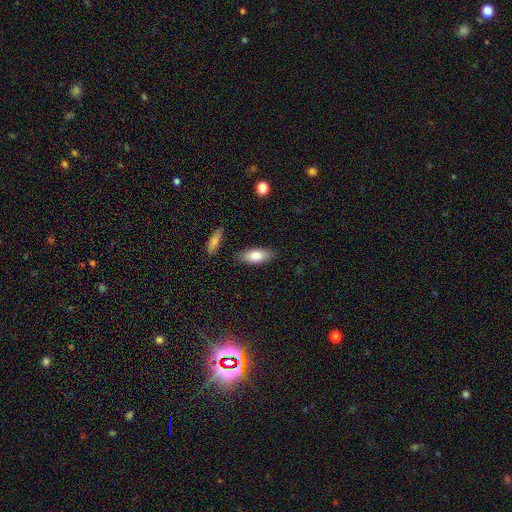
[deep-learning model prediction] A smooth galaxy with no disk features (79%) that is in between round and cigar-shaped (83%). Merging: none (84%).